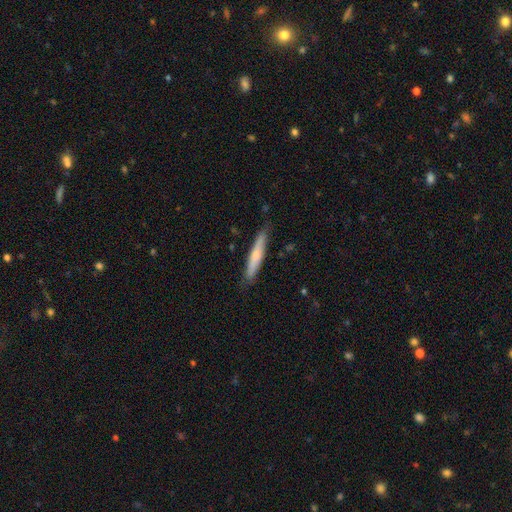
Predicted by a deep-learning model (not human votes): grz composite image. It shows a smooth galaxy with no disk features (60%) that is cigar-shaped (92%). Merging: none (83%).